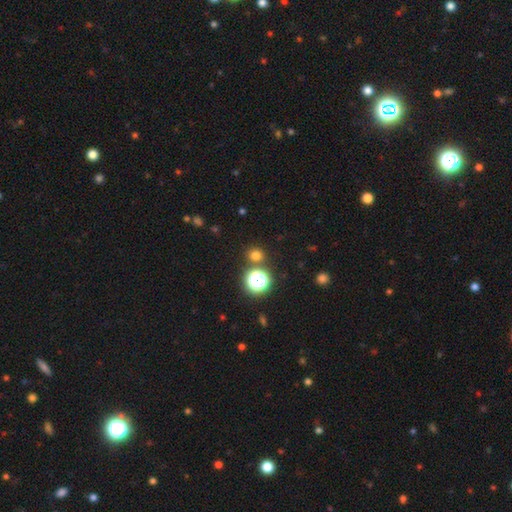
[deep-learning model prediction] The model was most divided on "smooth or featured": smooth: 70%, star or artifact: 25%, featured or disk: 5%. More confident: how rounded — round (89%); merging — none (82%).